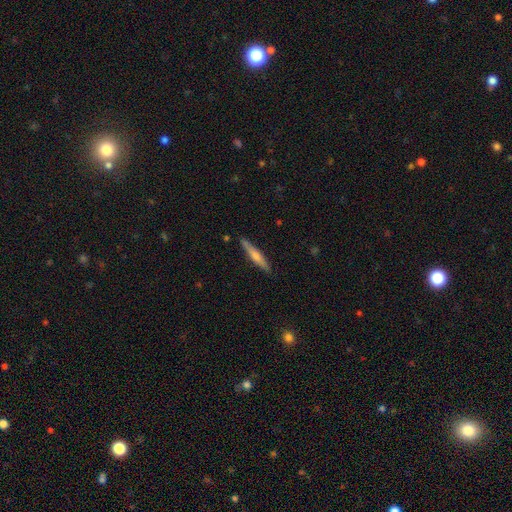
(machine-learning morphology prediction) Smooth or featured? smooth (53%)
How rounded? cigar-shaped (92%)
Merging? none (87%)